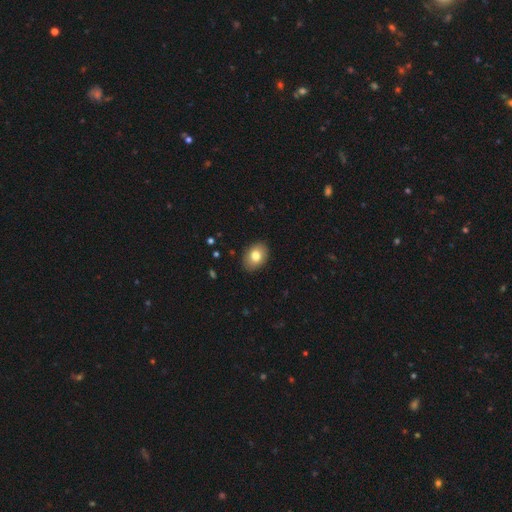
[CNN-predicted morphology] Smooth or featured?
  - smooth: 79% *
  - featured or disk: 13%
  - star or artifact: 8%
How rounded?
  - in between: 77% *
  - round: 22%
  - cigar-shaped: 1%
Merging?
  - none: 89% *
  - minor disturbance: 8%
  - major disturbance: 2%
  - merger: 1%